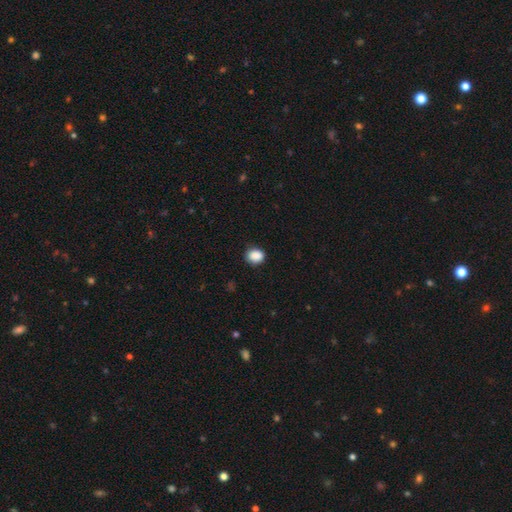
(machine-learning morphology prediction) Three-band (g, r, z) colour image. It shows a smooth galaxy with no disk features (88%) that is round (58%). Merging: none (83%).